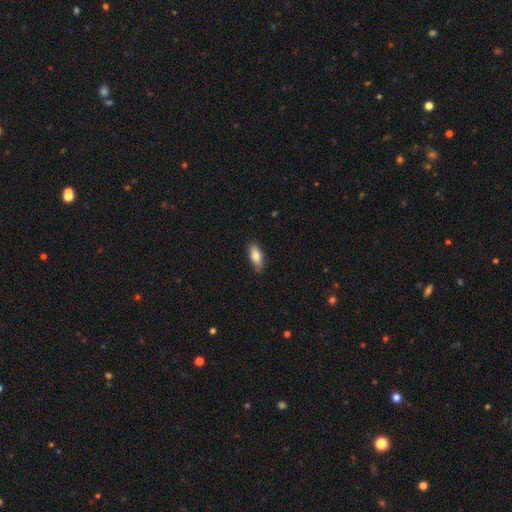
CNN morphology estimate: Smooth or featured?
  - smooth: 78% *
  - featured or disk: 15%
  - star or artifact: 6%
How rounded?
  - in between: 78% *
  - cigar-shaped: 19%
  - round: 2%
Merging?
  - none: 83% *
  - minor disturbance: 14%
  - major disturbance: 2%
  - merger: 1%